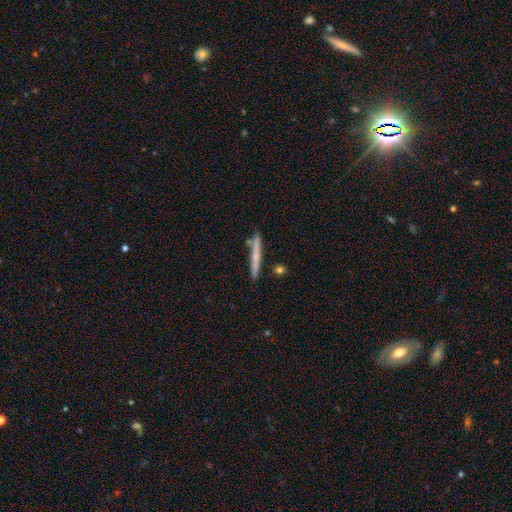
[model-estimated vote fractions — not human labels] Smooth or featured?
  - smooth: 57% *
  - featured or disk: 37%
  - star or artifact: 6%
How rounded?
  - cigar-shaped: 96% *
  - in between: 3%
  - round: 2%
Merging?
  - none: 82% *
  - minor disturbance: 11%
  - merger: 5%
  - major disturbance: 2%